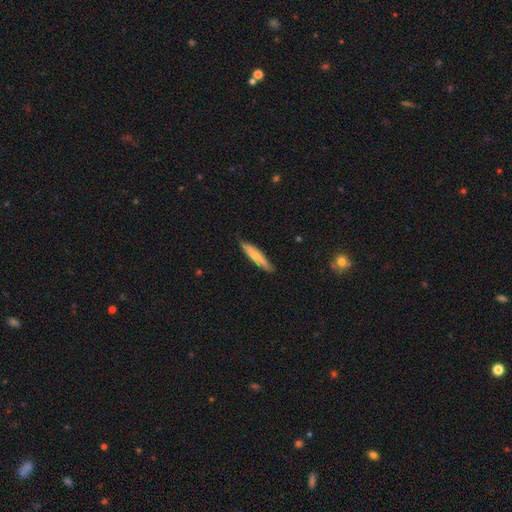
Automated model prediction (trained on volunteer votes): Overall: smooth (63%; featured or disk 31%). How rounded: cigar-shaped (86%). Merging: none (86%).